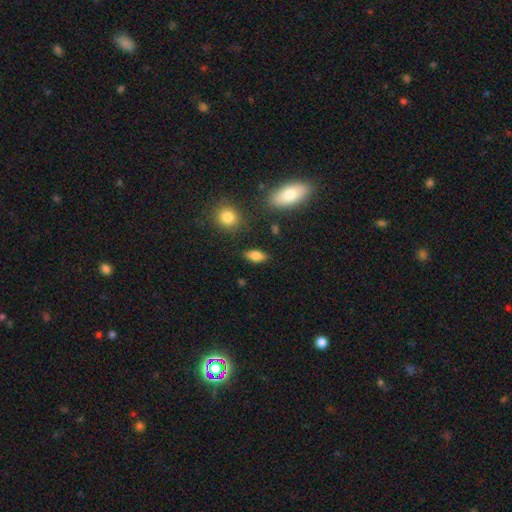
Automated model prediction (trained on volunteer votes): smooth 81%, featured or disk 10%, star or artifact 9%. Down the decision tree: how rounded — in between (87%); merging — none (84%).